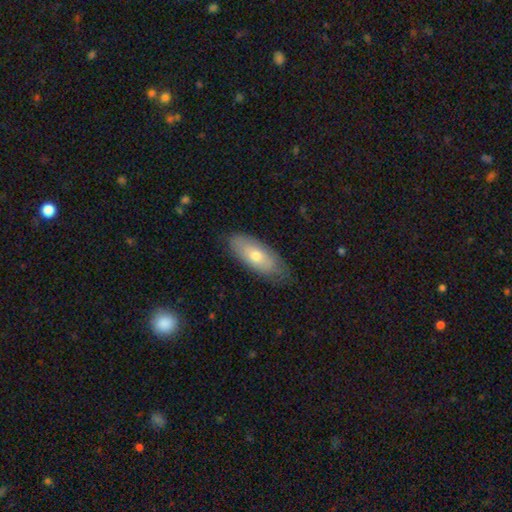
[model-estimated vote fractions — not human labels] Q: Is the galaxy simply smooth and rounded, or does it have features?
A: smooth — 65%.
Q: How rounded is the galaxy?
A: in between — 79%.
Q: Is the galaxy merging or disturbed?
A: none — 75%.